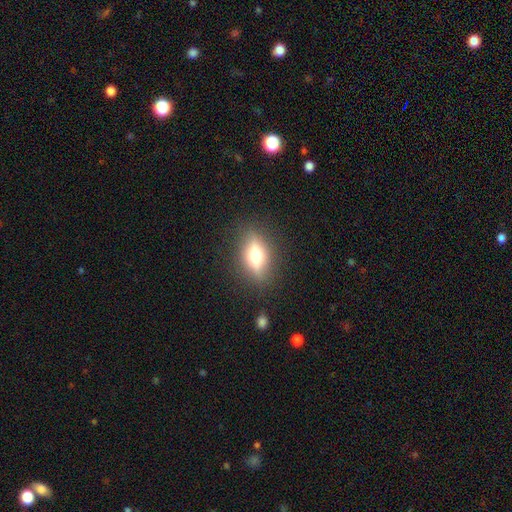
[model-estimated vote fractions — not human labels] This appears to be a featured or disk galaxy (47%). Merging: none (85%).